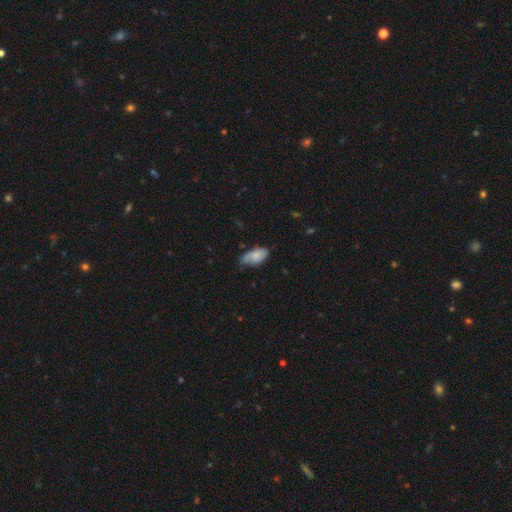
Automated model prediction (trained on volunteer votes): smooth-or-featured: smooth: 79% | featured or disk: 15% | star or artifact: 7%
  how-rounded: in between: 93% | cigar-shaped: 4% | round: 3%
  merging: none: 55% | minor disturbance: 37% | major disturbance: 6% | merger: 2%